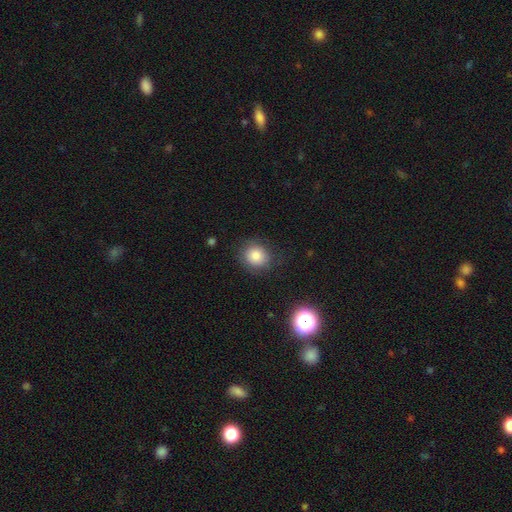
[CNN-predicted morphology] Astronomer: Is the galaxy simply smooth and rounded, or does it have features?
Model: smooth — 82%.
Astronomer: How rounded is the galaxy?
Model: round — 81%.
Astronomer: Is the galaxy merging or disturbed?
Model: none — 81%.